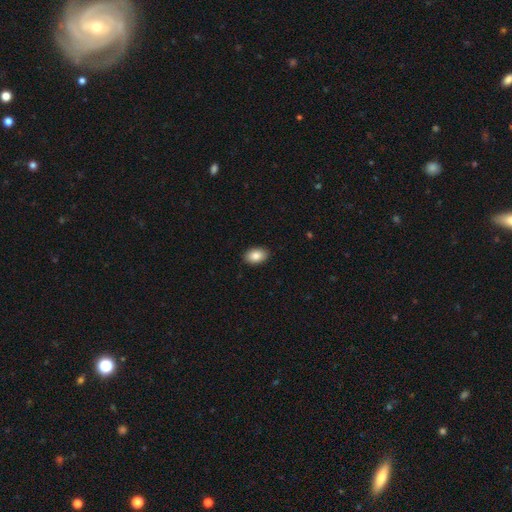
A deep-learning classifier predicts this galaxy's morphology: A smooth galaxy with no disk features (86%) that is in between round and cigar-shaped (86%).

Vote fractions:
- Smooth or featured? smooth: 86% / star or artifact: 8% / featured or disk: 7%
- How rounded? in between: 86% / round: 12% / cigar-shaped: 1%
- Merging? none: 91% / minor disturbance: 7% / major disturbance: 2% / merger: 1%